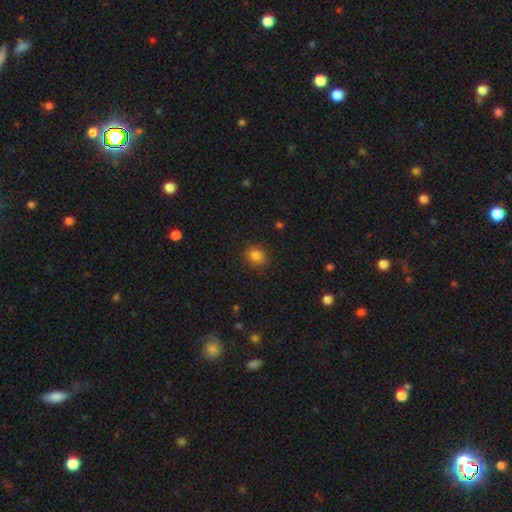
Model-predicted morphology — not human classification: The model was most divided on "how rounded": round: 70%, in between: 29%, cigar-shaped: 1%. More confident: merging — none (88%); smooth or featured — smooth (83%).